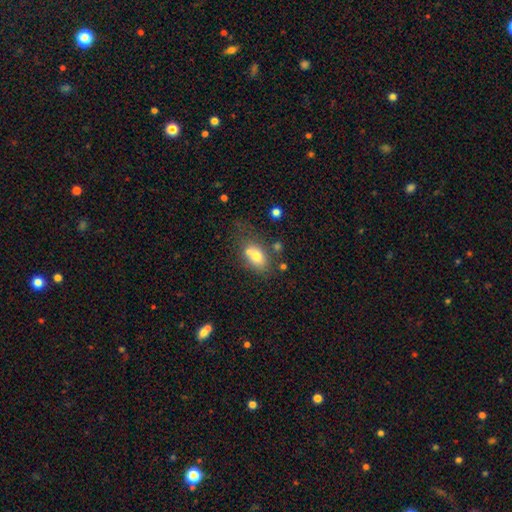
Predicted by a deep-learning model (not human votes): A smooth galaxy with no disk features (71%) that is in between round and cigar-shaped (77%).

Vote fractions:
- Smooth or featured? smooth: 71% / featured or disk: 19% / star or artifact: 10%
- How rounded? in between: 77% / round: 21% / cigar-shaped: 2%
- Merging? none: 46% / merger: 29% / minor disturbance: 17% / major disturbance: 8%